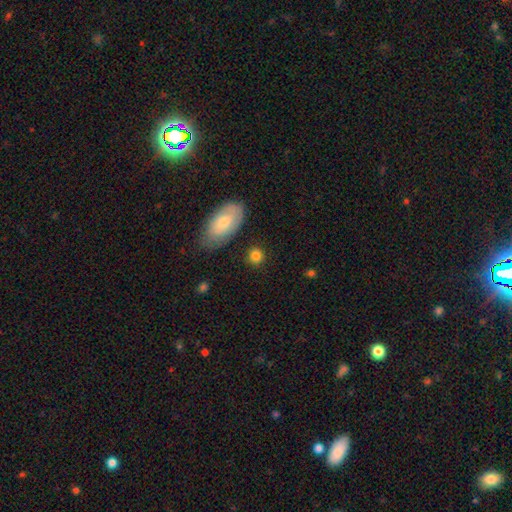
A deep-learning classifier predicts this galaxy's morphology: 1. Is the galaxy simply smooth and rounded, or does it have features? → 84% smooth, 9% star or artifact, 8% featured or disk.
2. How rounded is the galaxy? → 81% round, 17% in between, 2% cigar-shaped.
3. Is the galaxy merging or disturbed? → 84% none, 9% minor disturbance, 3% merger, 3% major disturbance.